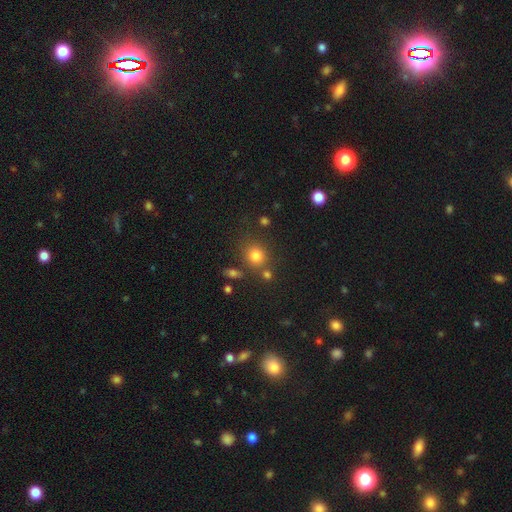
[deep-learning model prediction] Smooth or featured? Predicted: smooth (p=0.79). How rounded? Predicted: round (p=0.79). Merging? Predicted: none (p=0.70).